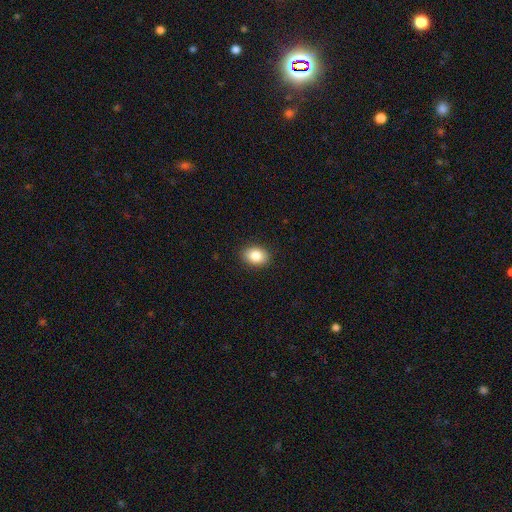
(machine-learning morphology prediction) Smooth or featured? Predicted: smooth (p=0.86). How rounded? Predicted: in between (p=0.73). Merging? Predicted: none (p=0.90).